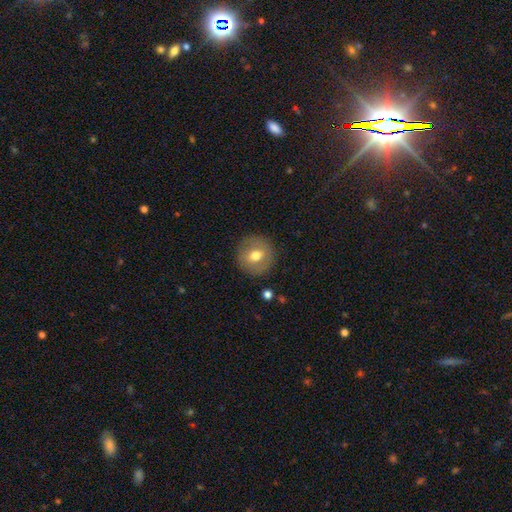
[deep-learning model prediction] Smooth or featured? Predicted: smooth (p=0.66). How rounded? Predicted: round (p=0.91). Merging? Predicted: none (p=0.88).